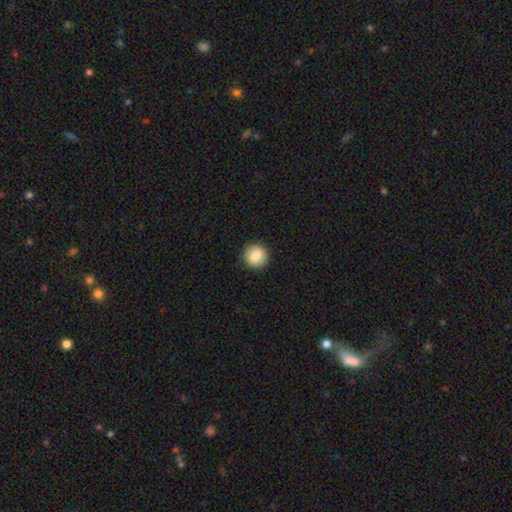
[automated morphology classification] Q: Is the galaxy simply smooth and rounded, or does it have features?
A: smooth — 84%.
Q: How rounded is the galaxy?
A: round — 93%.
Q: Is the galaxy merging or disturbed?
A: none — 92%.